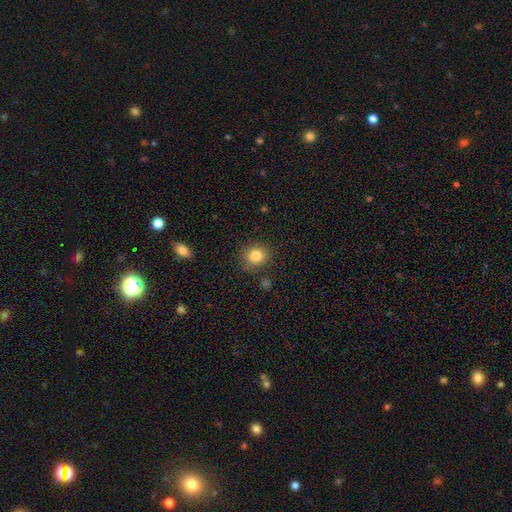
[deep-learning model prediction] Smooth or featured: smooth — 83% (star or artifact — 11%)
How rounded: round — 85% (in between — 14%)
Merging: none — 87% (minor disturbance — 9%)